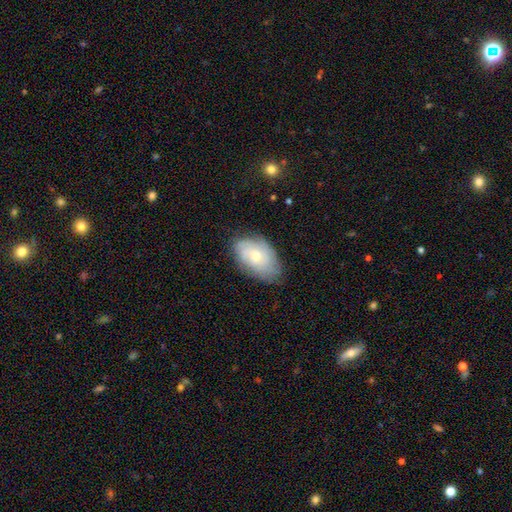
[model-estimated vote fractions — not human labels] Smooth or featured?
  - featured or disk: 47% *
  - smooth: 45%
  - star or artifact: 8%
Merging?
  - none: 74% *
  - minor disturbance: 20%
  - major disturbance: 5%
  - merger: 1%